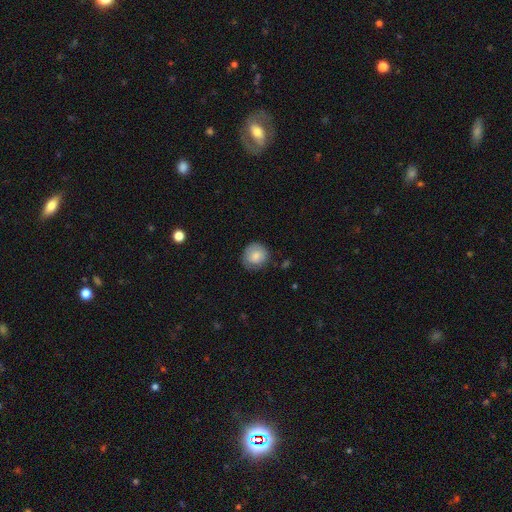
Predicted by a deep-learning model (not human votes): smooth-or-featured: smooth: 82% | featured or disk: 11% | star or artifact: 7%
  how-rounded: round: 87% | in between: 12% | cigar-shaped: 1%
  merging: none: 74% | minor disturbance: 20% | major disturbance: 5% | merger: 1%